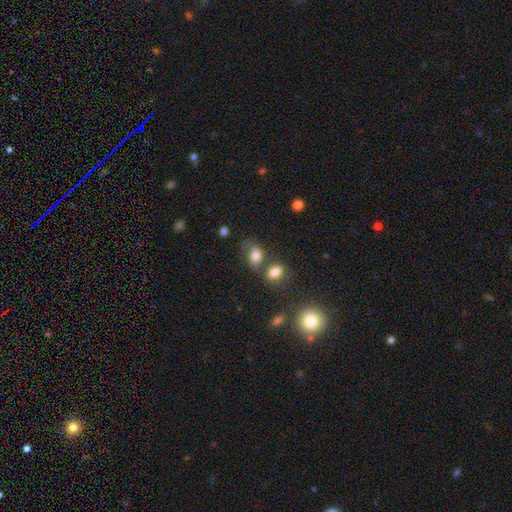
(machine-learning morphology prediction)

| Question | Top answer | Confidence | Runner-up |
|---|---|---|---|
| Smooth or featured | smooth | 81% | star or artifact (10%) |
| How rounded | in between | 78% | round (20%) |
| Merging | none | 44% | merger (26%) |